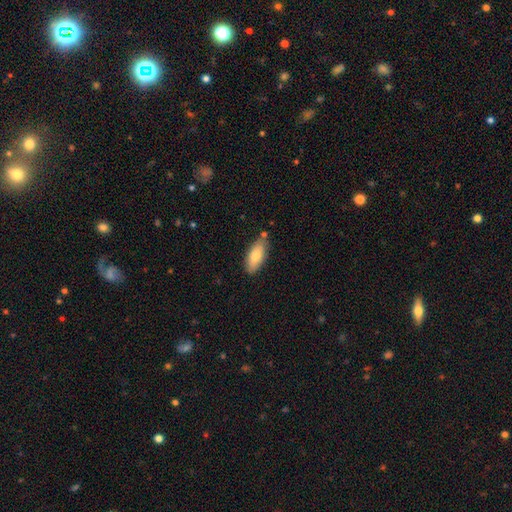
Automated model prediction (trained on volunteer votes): A smooth galaxy with no disk features (78%) that is in between round and cigar-shaped (84%).

Vote fractions:
- Smooth or featured? smooth: 78% / featured or disk: 16% / star or artifact: 6%
- How rounded? in between: 84% / cigar-shaped: 14% / round: 2%
- Merging? none: 77% / minor disturbance: 15% / merger: 5% / major disturbance: 3%